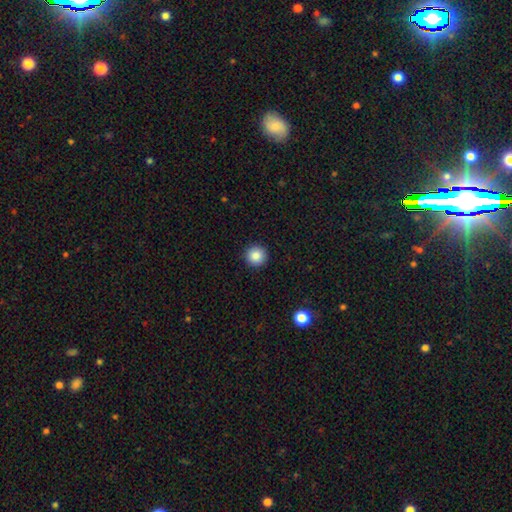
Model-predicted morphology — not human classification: Smooth or featured? Predicted: smooth (p=0.87). How rounded? Predicted: round (p=0.96). Merging? Predicted: none (p=0.93).